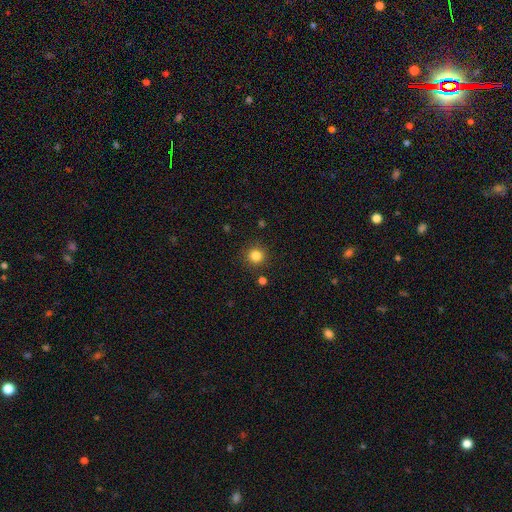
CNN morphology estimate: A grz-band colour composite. It shows a smooth galaxy with no disk features (83%) that is round (94%). Merging: none (88%).